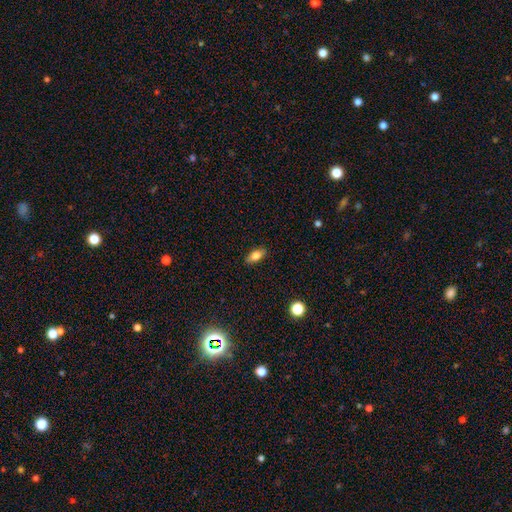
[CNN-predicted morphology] Overall: smooth (78%). How rounded: in between (84%). Merging: none (88%).